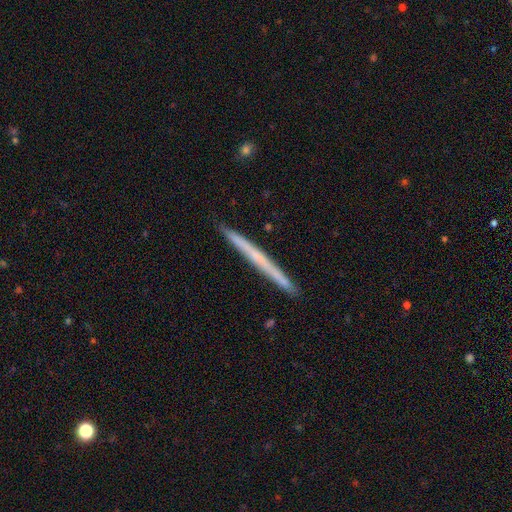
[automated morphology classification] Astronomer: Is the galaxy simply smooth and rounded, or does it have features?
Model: featured or disk — 49% (runner-up: smooth, 45%).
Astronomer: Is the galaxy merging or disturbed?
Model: none — 92%.